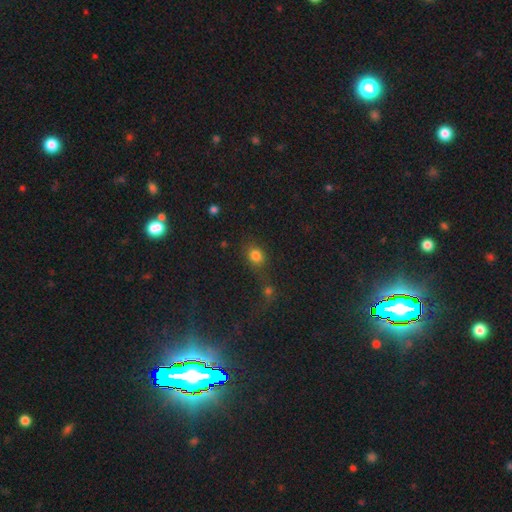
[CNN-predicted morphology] Smooth or featured: smooth — 78% (star or artifact — 16%)
How rounded: round — 62% (in between — 36%)
Merging: none — 59% (merger — 22%)